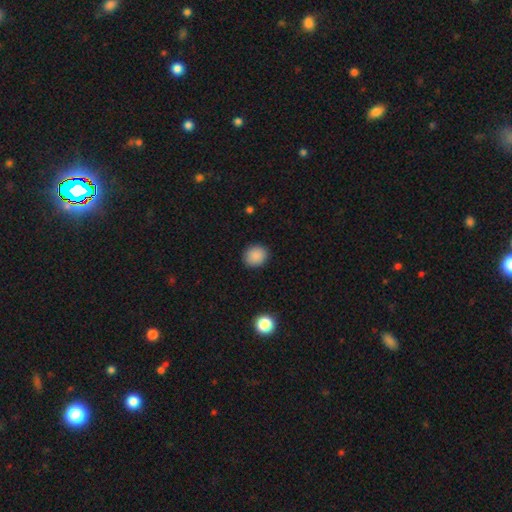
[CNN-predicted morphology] Q: Smooth or featured?
A: smooth (88%); runner-up: star or artifact (9%)
Q: How rounded?
A: round (77%); runner-up: in between (22%)
Q: Merging?
A: none (90%); runner-up: minor disturbance (7%)